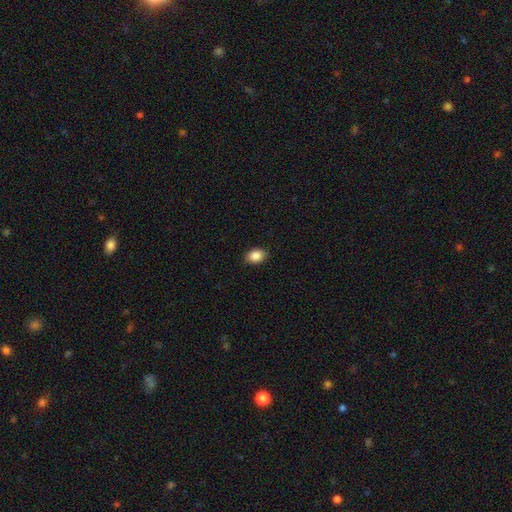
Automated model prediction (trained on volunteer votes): A smooth galaxy with no disk features (88%) that is in between round and cigar-shaped (74%). Merging: none (89%).